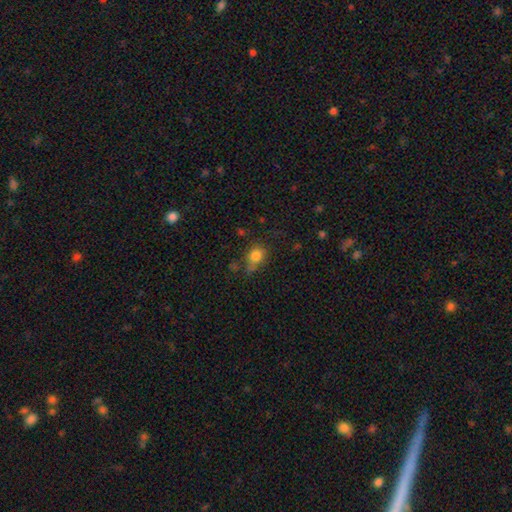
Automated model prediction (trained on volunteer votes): A smooth galaxy with no disk features (79%) that is round (58%).

Vote fractions:
- Smooth or featured? smooth: 79% / star or artifact: 12% / featured or disk: 9%
- How rounded? round: 58% / in between: 40% / cigar-shaped: 2%
- Merging? none: 53% / minor disturbance: 28% / major disturbance: 12% / merger: 7%